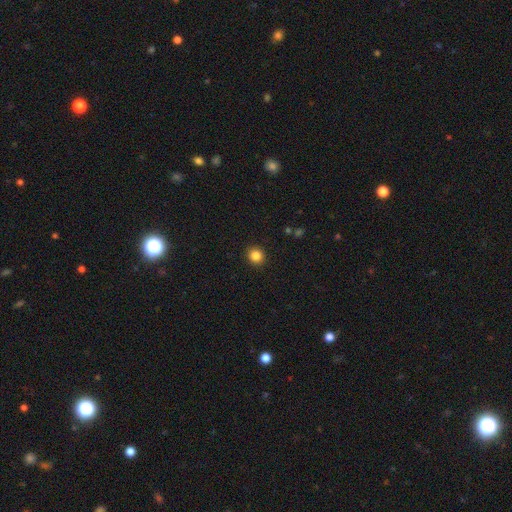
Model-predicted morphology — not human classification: The model was most divided on "smooth or featured": smooth: 85%, star or artifact: 11%, featured or disk: 4%. More confident: merging — none (92%); how rounded — round (90%).